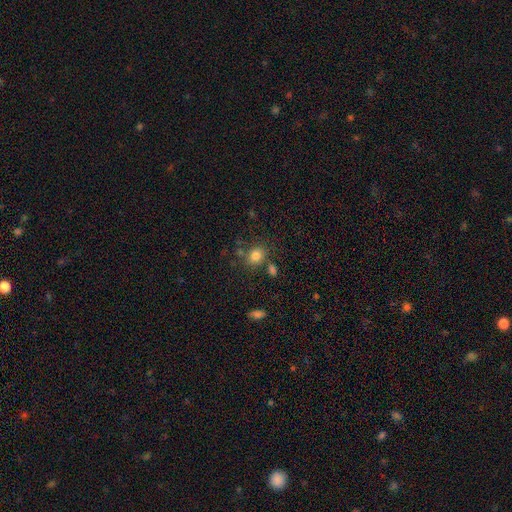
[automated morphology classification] type=smooth (80%); roundness=round (60%); merging=none (71%).